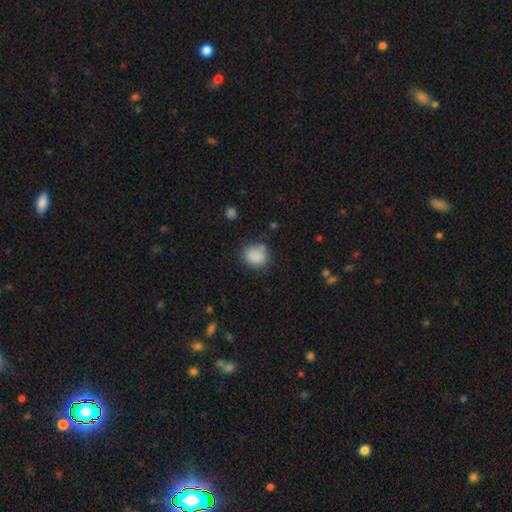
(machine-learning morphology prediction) A smooth galaxy with no disk features (86%) that is round (65%). Merging: none (72%).